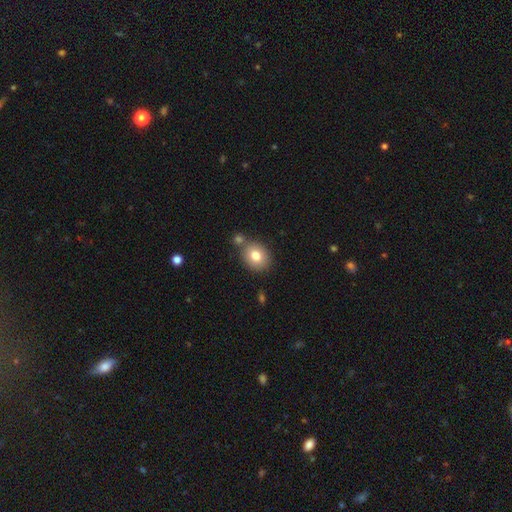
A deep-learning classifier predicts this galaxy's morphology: type=smooth (78%); roundness=round (59%); merging=none (67%).